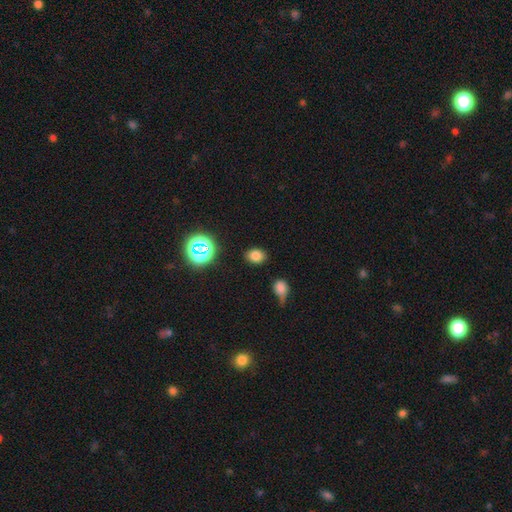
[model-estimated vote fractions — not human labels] A smooth galaxy with no disk features (77%) that is in between round and cigar-shaped (62%).

Vote fractions:
- Smooth or featured? smooth: 77% / star or artifact: 17% / featured or disk: 7%
- How rounded? in between: 62% / round: 37% / cigar-shaped: 1%
- Merging? none: 83% / minor disturbance: 11% / major disturbance: 3% / merger: 3%